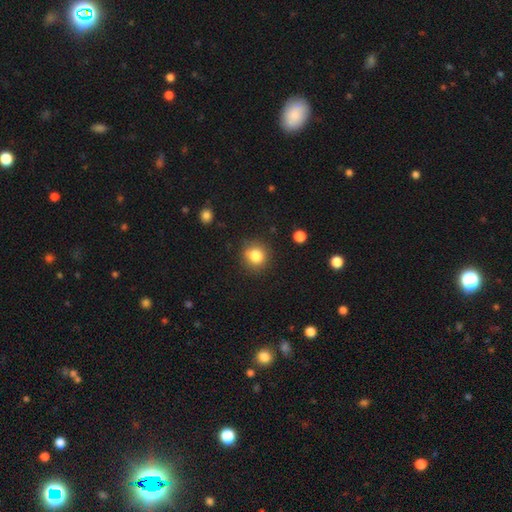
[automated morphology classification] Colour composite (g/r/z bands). It shows a smooth galaxy with no disk features (82%) that is round (88%). Merging: none (86%).